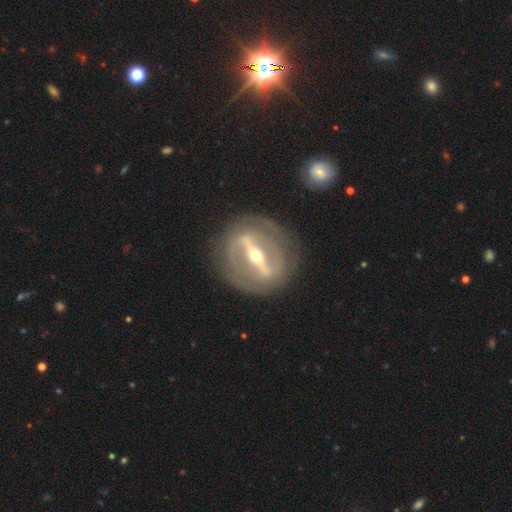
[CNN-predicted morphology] type=featured or disk (86%); edge-on=no (73%); bar=strong (86%); spiral arms=no (55%); bulge=moderate (59%); merging=none (84%).